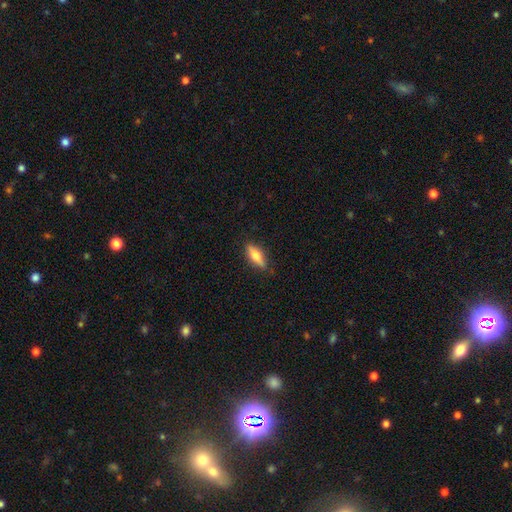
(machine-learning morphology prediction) Smooth or featured: smooth — 58% (featured or disk — 36%)
How rounded: in between — 50% (cigar-shaped — 47%)
Merging: none — 84% (minor disturbance — 12%)